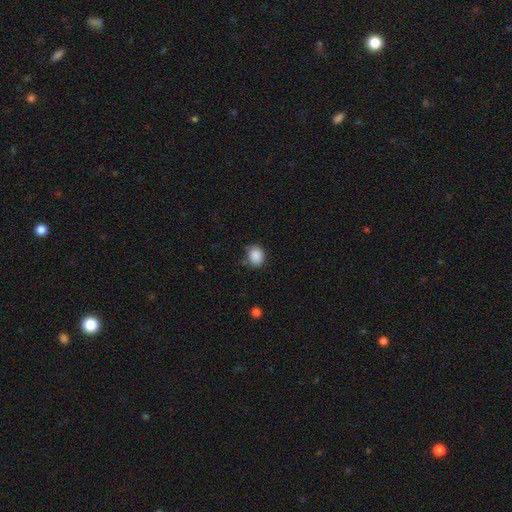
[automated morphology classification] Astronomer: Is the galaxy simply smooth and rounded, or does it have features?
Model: smooth — 87%.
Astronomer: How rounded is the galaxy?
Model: round — 53% (runner-up: in between, 46%).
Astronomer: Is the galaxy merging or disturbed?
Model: none — 70%.